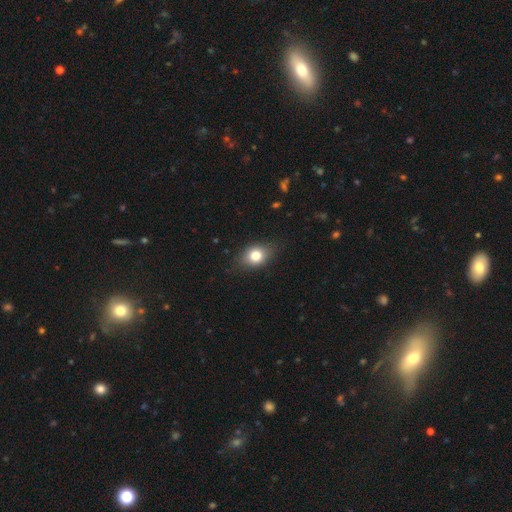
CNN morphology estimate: This appears to be a smooth galaxy with no disk features (78%) that is in between round and cigar-shaped (61%). Merging: none (79%).